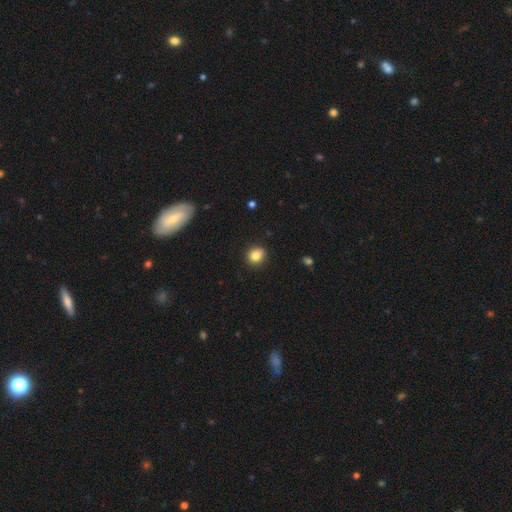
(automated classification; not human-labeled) smooth-or-featured: smooth: 84% | star or artifact: 10% | featured or disk: 6%
  how-rounded: round: 73% | in between: 26% | cigar-shaped: 1%
  merging: none: 89% | minor disturbance: 8% | major disturbance: 2% | merger: 1%